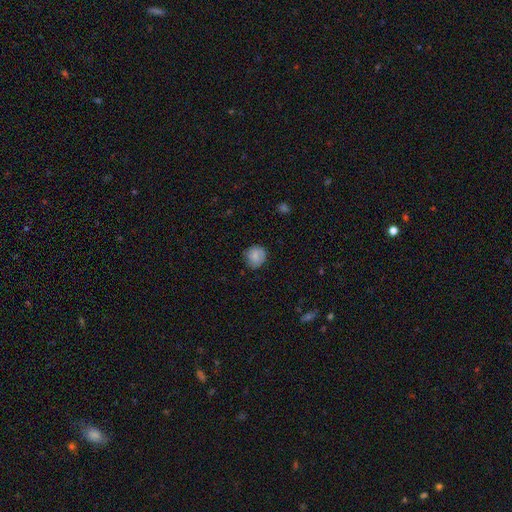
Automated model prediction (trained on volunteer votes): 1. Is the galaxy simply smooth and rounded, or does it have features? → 78% smooth, 14% featured or disk, 8% star or artifact.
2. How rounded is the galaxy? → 84% round, 15% in between, 1% cigar-shaped.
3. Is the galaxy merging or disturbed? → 74% none, 20% minor disturbance, 4% major disturbance, 1% merger.